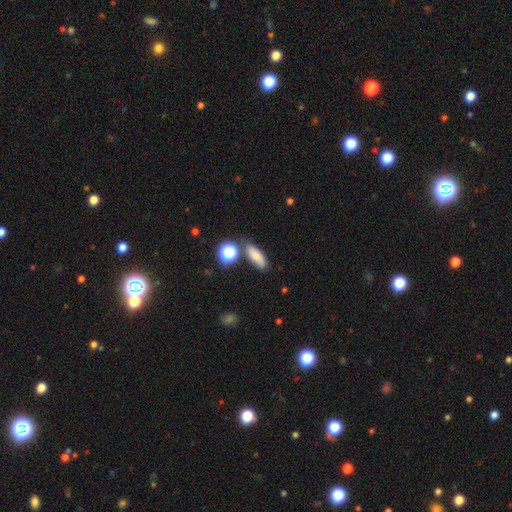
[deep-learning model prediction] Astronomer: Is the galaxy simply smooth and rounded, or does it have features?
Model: smooth — 76%.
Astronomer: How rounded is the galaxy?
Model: in between — 67%.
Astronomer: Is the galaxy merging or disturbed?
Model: none — 71%.